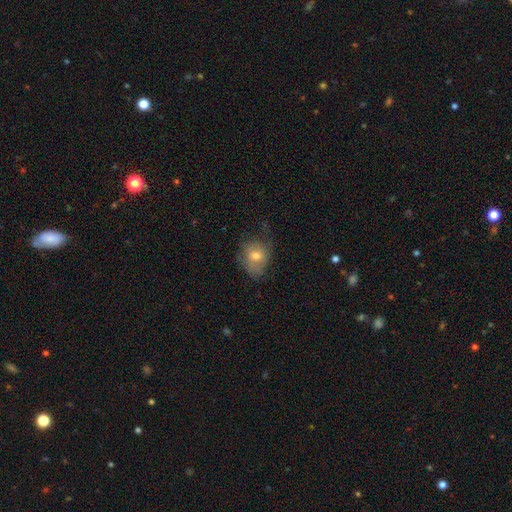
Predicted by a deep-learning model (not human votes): Overall: smooth (64%; featured or disk 27%). How rounded: round (53%; in between 46%). Merging: none (47%; minor disturbance 30%).